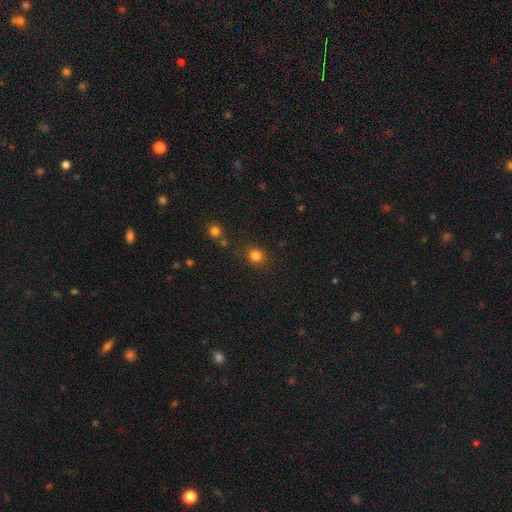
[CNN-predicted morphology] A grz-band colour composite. It shows a smooth galaxy with no disk features (81%) that is round (75%). Merging: none (82%).